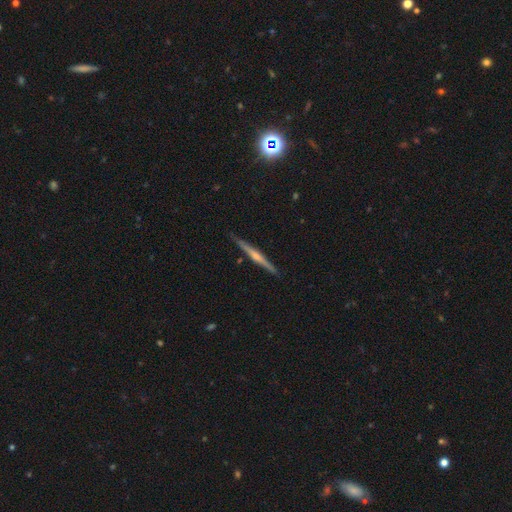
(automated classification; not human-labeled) smooth-or-featured: featured or disk: 75% | smooth: 19% | star or artifact: 6%
  disk-edge-on: yes: 98% | no: 2%
    edge-on-bulge: rounded: 71% | none: 20% | boxy: 9%
  merging: none: 90% | minor disturbance: 7% | major disturbance: 1% | merger: 1%